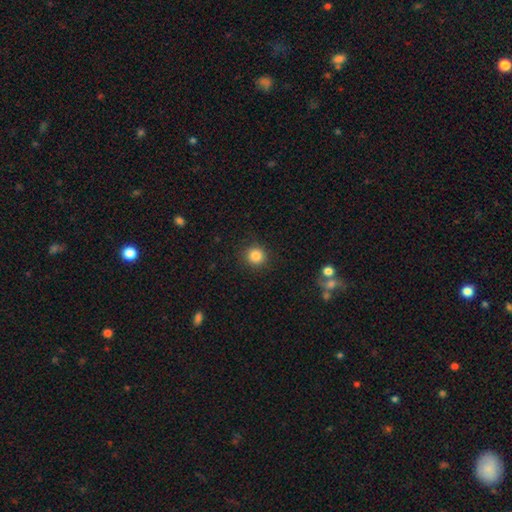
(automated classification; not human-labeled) A smooth galaxy with no disk features (85%) that is round (92%). Merging: none (90%).